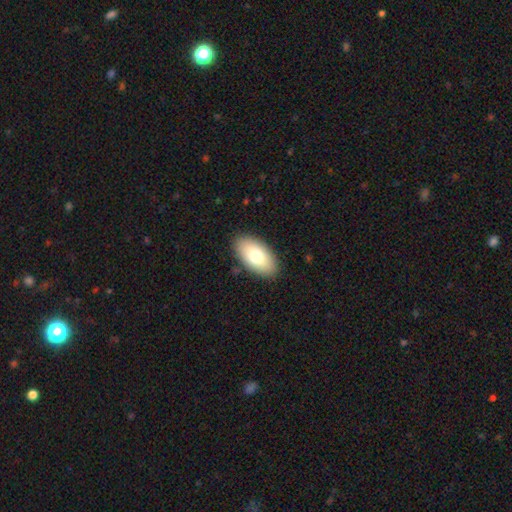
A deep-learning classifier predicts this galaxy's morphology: This appears to be a smooth galaxy with no disk features (75%) that is in between round and cigar-shaped (95%). Merging: none (88%).